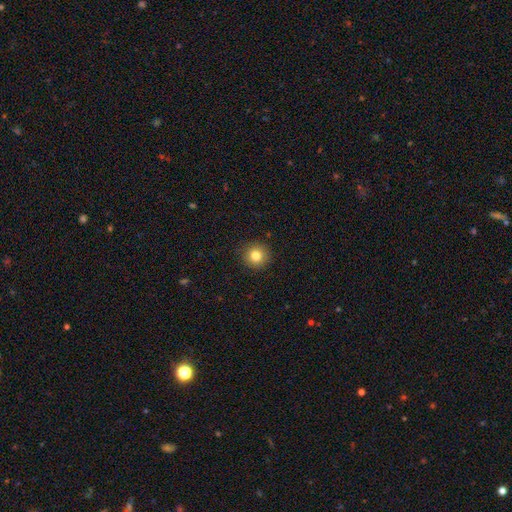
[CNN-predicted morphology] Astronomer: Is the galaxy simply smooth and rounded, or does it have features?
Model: smooth — 81%.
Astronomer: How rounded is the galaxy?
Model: round — 94%.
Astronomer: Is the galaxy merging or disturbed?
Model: none — 91%.